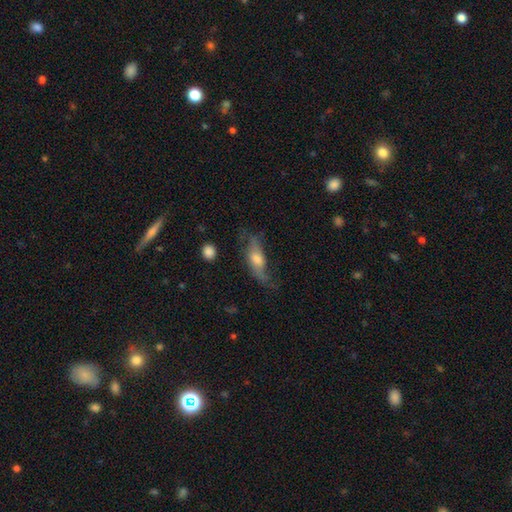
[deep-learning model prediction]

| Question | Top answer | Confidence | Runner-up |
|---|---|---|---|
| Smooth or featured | featured or disk | 58% | smooth (31%) |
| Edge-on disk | no | 57% | yes (43%) |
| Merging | none | 55% | minor disturbance (25%) |